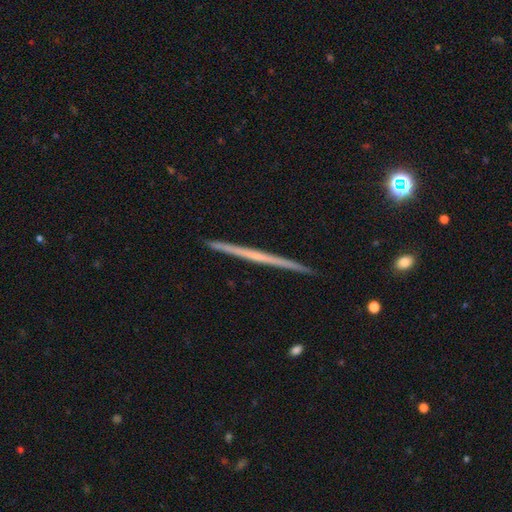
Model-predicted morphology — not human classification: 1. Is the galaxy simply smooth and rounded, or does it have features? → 68% featured or disk, 26% smooth, 6% star or artifact.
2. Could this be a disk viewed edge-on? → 98% yes, 2% no.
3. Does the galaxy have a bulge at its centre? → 84% none, 12% rounded, 4% boxy.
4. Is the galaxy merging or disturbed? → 93% none, 5% minor disturbance, 1% major disturbance, 1% merger.